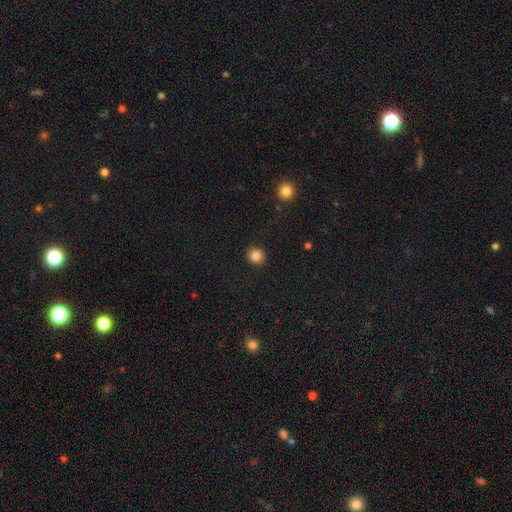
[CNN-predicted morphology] A smooth galaxy with no disk features (84%) that is round (84%).

Vote fractions:
- Smooth or featured? smooth: 84% / star or artifact: 10% / featured or disk: 6%
- How rounded? round: 84% / in between: 15% / cigar-shaped: 1%
- Merging? none: 86% / minor disturbance: 9% / major disturbance: 3% / merger: 1%